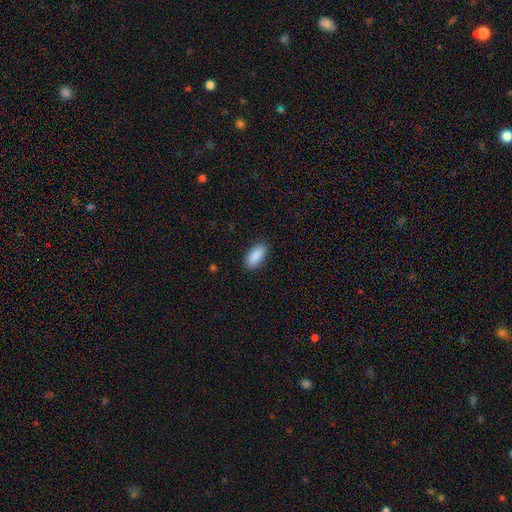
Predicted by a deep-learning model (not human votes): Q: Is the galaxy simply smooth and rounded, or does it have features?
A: smooth — 91%.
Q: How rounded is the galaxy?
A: in between — 90%.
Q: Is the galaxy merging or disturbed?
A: none — 88%.